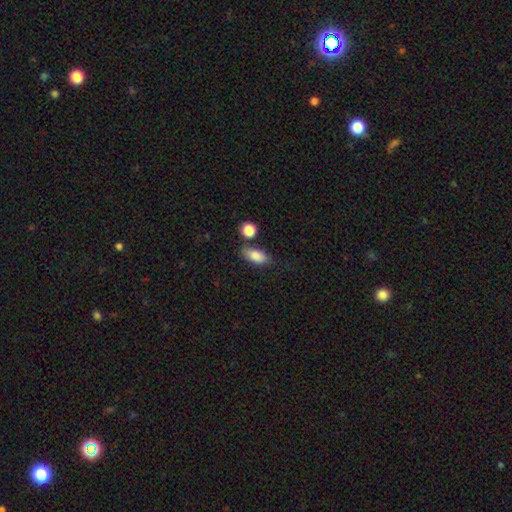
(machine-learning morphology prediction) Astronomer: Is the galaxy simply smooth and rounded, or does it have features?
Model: smooth — 83%.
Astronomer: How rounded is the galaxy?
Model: in between — 87%.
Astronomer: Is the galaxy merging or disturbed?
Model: none — 65%.